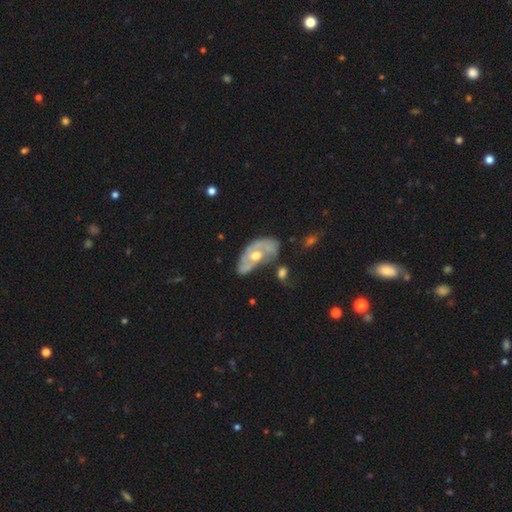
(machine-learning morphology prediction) This is likely a featured or disk galaxy (69%). It is clearly not viewed edge-on (92%). Bar: likely no (79%). Spiral arm pattern: possibly yes (54%). Central bulge: likely moderate (75%). Merging: marginally none (37%).